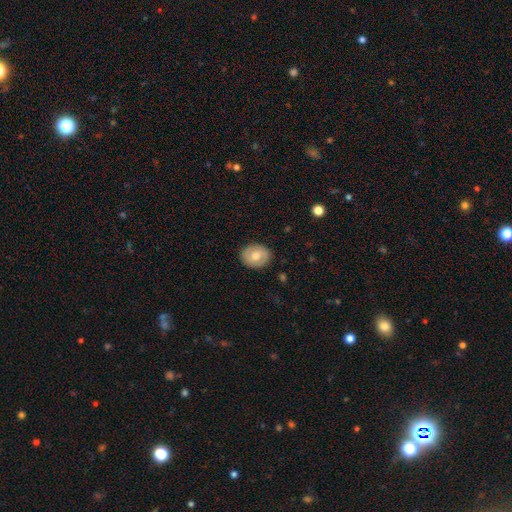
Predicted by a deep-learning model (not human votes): This is possibly a smooth galaxy (54%). How rounded: possibly round (57%). Merging: clearly none (86%).